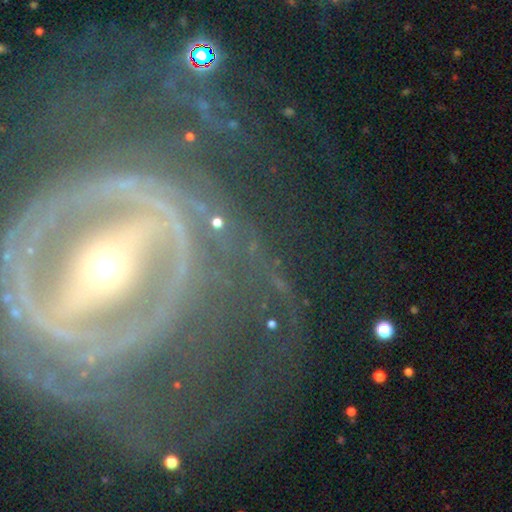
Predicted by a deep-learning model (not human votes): Morphology: type=featured or disk (86%); edge-on=no (93%); bar=strong (76%); spiral arms=yes (81%); winding=tight (56%); arm count=2 (39%); bulge=small (59%); merging=none (64%).